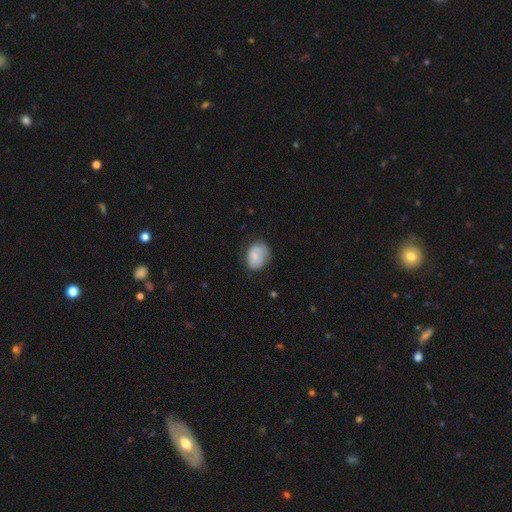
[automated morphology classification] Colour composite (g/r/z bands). It shows a smooth galaxy with no disk features (73%) that is in between round and cigar-shaped (61%). Merging: none (66%).